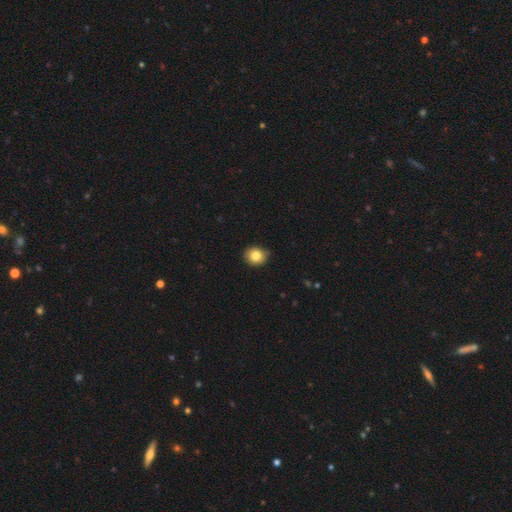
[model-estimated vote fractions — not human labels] The model was most divided on "how rounded": round: 76%, in between: 23%, cigar-shaped: 1%. More confident: smooth or featured — smooth (83%); merging — none (83%).